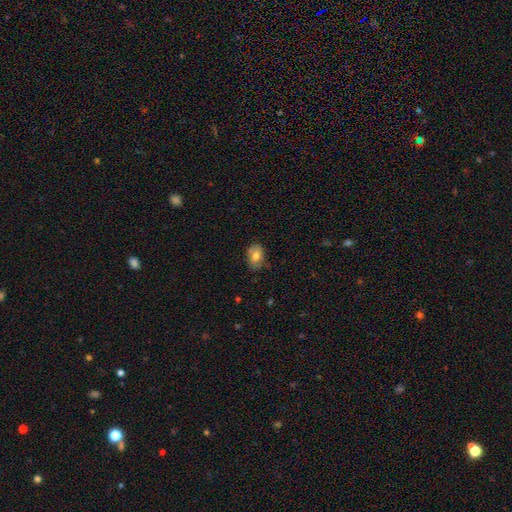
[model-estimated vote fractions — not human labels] Overall: smooth (71%). How rounded: in between (80%). Merging: none (65%; minor disturbance 26%).